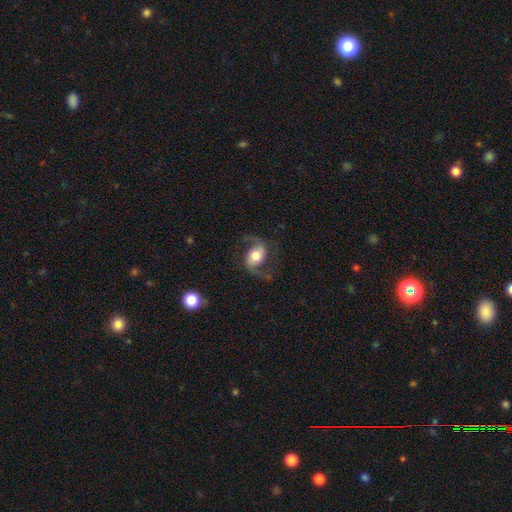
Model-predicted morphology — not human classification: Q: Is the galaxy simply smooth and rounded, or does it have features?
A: featured or disk — 78%.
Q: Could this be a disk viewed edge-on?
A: no — 97%.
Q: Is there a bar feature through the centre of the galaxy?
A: no — 48%.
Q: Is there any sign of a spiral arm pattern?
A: yes — 95%.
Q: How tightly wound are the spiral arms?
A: loose — 57%.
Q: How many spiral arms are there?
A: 2 — 93%.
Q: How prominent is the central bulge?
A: moderate — 50%.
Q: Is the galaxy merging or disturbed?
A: none — 72%.